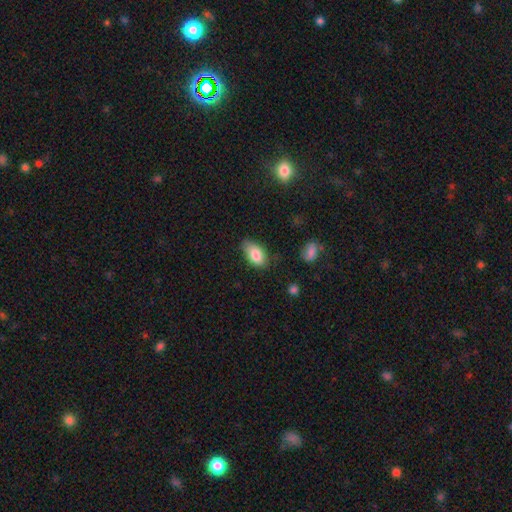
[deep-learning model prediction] This appears to be a smooth galaxy with no disk features (84%) that is in between round and cigar-shaped (92%). Merging: none (61%).